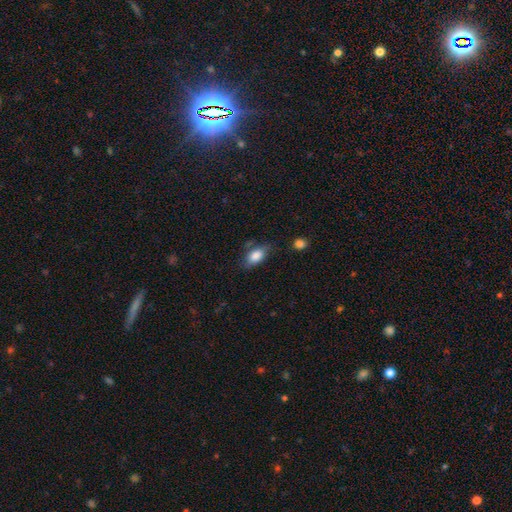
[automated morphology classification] smooth 84%, featured or disk 9%, star or artifact 7%. Down the decision tree: how rounded — in between (89%); merging — none (67%).